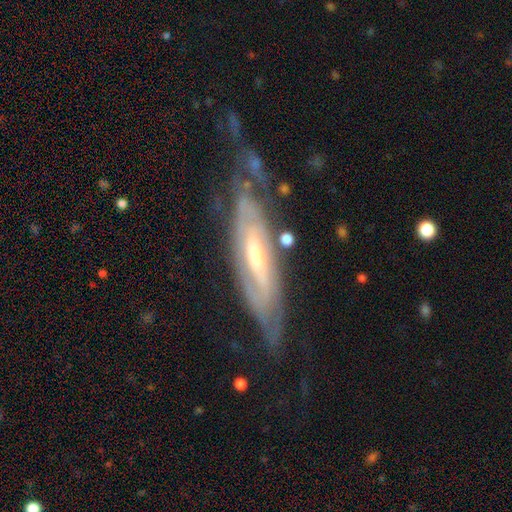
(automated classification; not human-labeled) Smooth or featured? Predicted: featured or disk (p=0.83). Edge-on disk? Predicted: no (p=0.68). Bar? Predicted: no (p=0.40). Spiral arms? Predicted: yes (p=0.87). Bulge size? Predicted: moderate (p=0.51). Merging? Predicted: none (p=0.59).